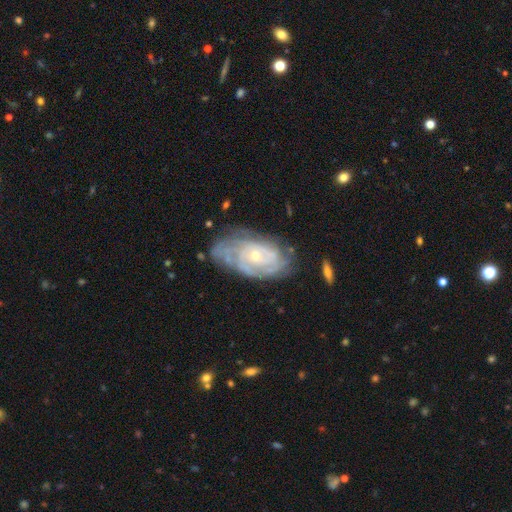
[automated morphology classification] Smooth or featured: featured or disk — 83% (smooth — 11%)
Edge-on disk: no — 95% (yes — 5%)
Bar: no — 73% (weak — 22%)
Spiral arms: yes — 93% (no — 7%)
Spiral winding: tight — 75% (medium — 20%)
Spiral arm count: can't tell — 45% (2 — 17%)
Bulge size: small — 66% (moderate — 31%)
Merging: none — 63% (minor disturbance — 24%)